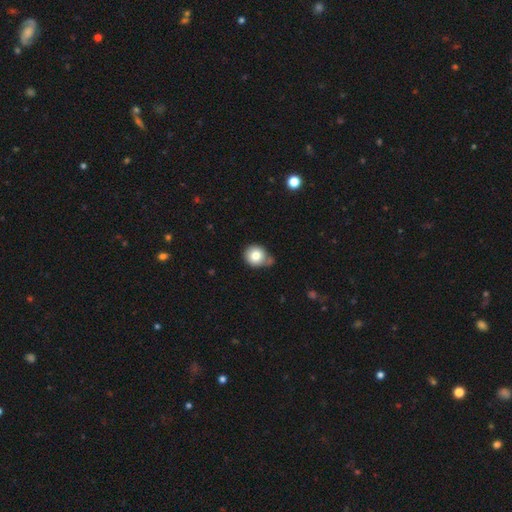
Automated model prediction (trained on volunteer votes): A smooth galaxy with no disk features (79%) that is round (86%).

Vote fractions:
- Smooth or featured? smooth: 79% / featured or disk: 11% / star or artifact: 10%
- How rounded? round: 86% / in between: 13% / cigar-shaped: 1%
- Merging? none: 58% / minor disturbance: 24% / merger: 12% / major disturbance: 7%